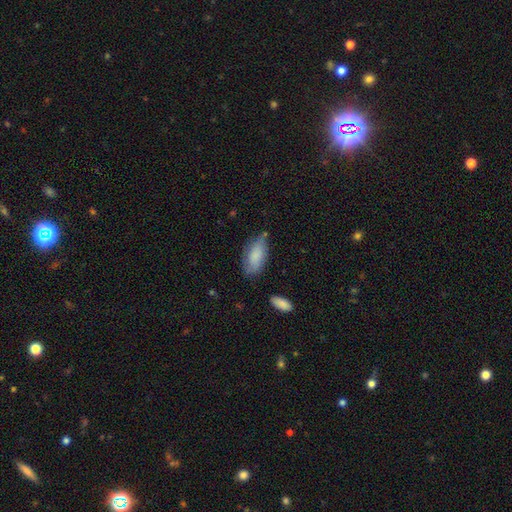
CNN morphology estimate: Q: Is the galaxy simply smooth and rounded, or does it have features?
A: smooth — 79%.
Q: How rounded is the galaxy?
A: in between — 89%.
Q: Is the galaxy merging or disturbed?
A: none — 64%.